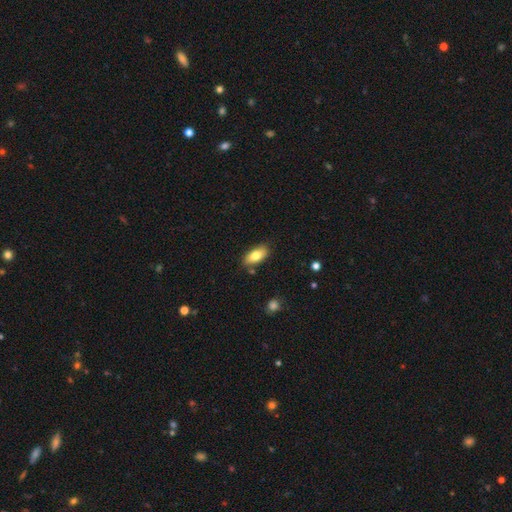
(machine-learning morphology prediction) Smooth or featured?
  - smooth: 80% *
  - featured or disk: 13%
  - star or artifact: 7%
How rounded?
  - in between: 89% *
  - cigar-shaped: 9%
  - round: 3%
Merging?
  - none: 81% *
  - minor disturbance: 13%
  - merger: 3%
  - major disturbance: 2%